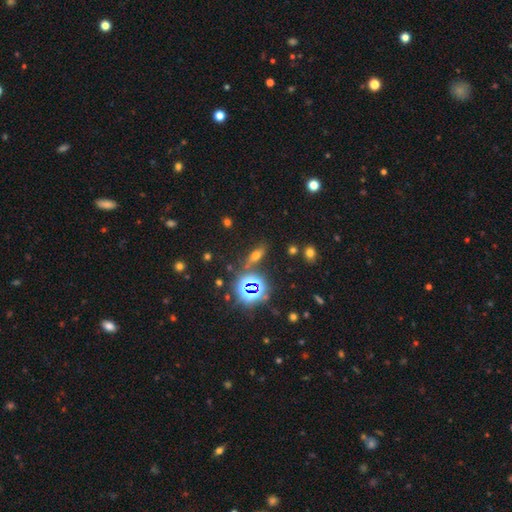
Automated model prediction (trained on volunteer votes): A smooth galaxy with no disk features (44%). Merging: none (76%).